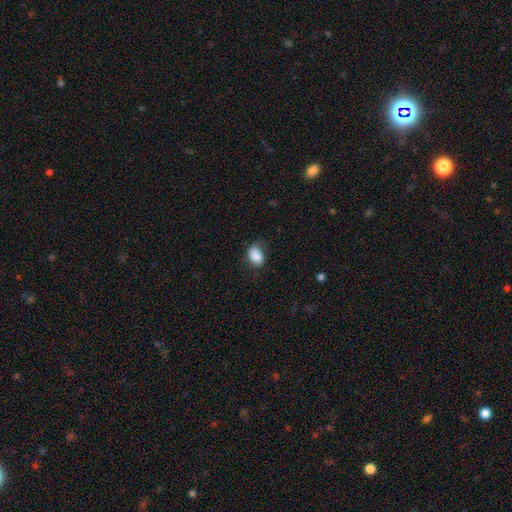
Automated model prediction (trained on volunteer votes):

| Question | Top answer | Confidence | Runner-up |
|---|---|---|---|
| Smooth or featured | smooth | 87% | star or artifact (8%) |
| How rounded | in between | 76% | round (23%) |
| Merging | none | 66% | minor disturbance (26%) |